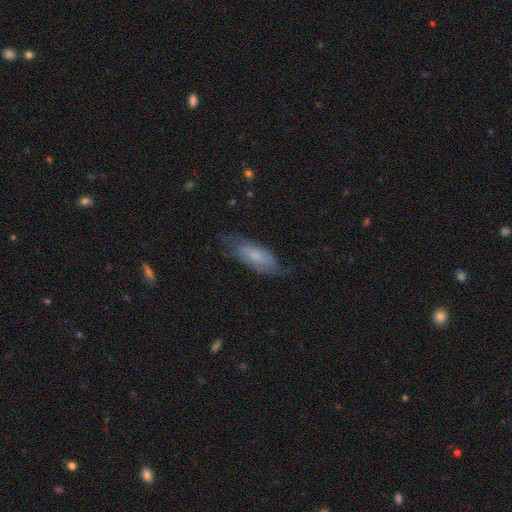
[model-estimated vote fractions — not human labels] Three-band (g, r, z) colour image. It shows a smooth galaxy with no disk features (49%). Merging: none (62%).